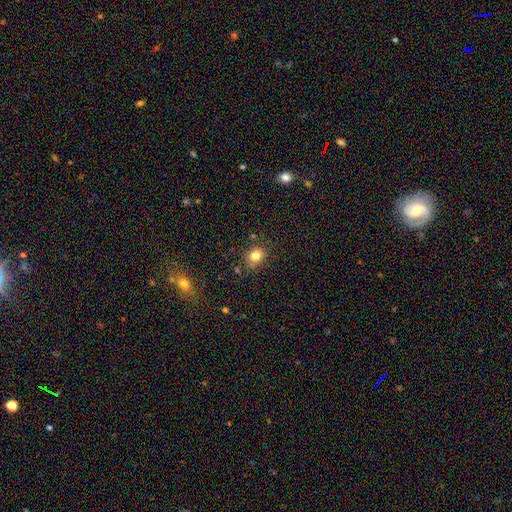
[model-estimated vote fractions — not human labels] Smooth or featured? smooth (80%)
How rounded? round (65%)
Merging? none (76%)